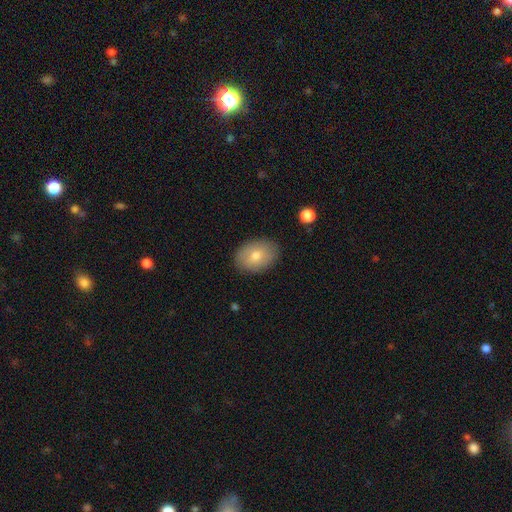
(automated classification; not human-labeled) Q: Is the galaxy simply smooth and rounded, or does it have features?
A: smooth — 73%.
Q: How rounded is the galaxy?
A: in between — 74%.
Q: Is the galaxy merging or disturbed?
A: none — 86%.